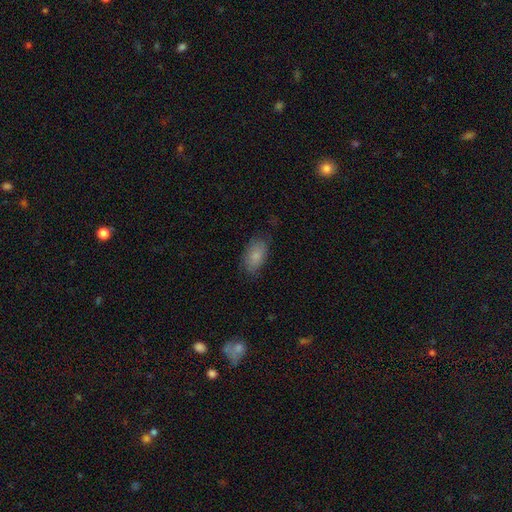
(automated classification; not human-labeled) smooth-or-featured: smooth: 84% | featured or disk: 9% | star or artifact: 7%
  how-rounded: in between: 93% | round: 4% | cigar-shaped: 3%
  merging: none: 75% | minor disturbance: 19% | major disturbance: 5% | merger: 1%